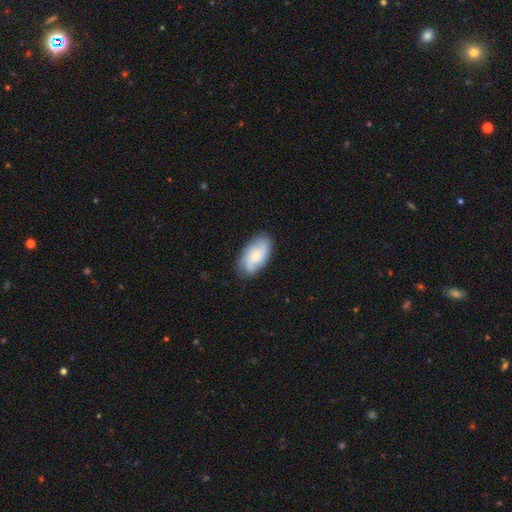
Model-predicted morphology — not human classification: A featured or disk galaxy (51%). Merging: none (81%).